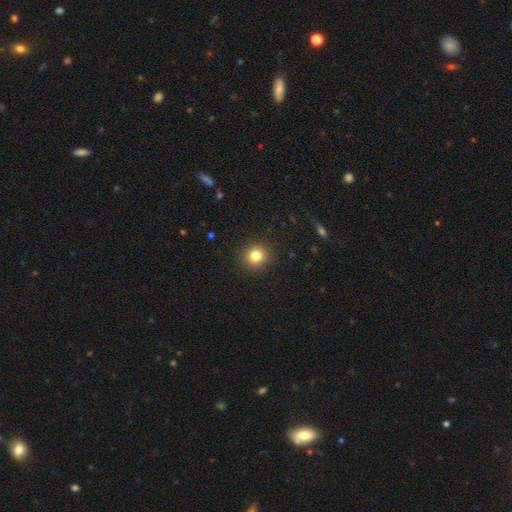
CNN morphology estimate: Overall: smooth (82%). How rounded: round (89%). Merging: none (92%).